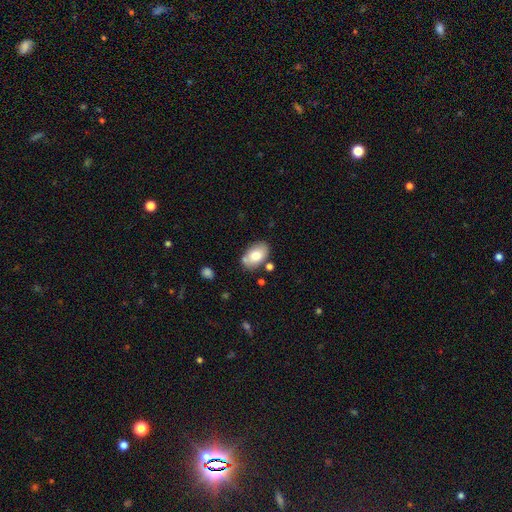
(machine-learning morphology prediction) A smooth galaxy with no disk features (77%) that is in between round and cigar-shaped (91%). Merging: none (73%).